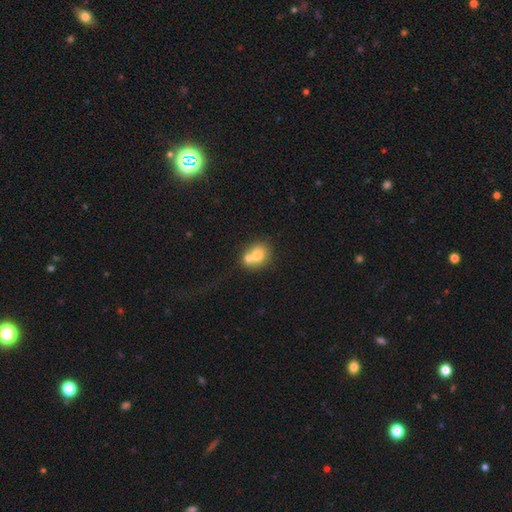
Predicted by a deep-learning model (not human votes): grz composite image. It shows a smooth galaxy with no disk features (70%) that is round (66%). Merging: merger (57%).